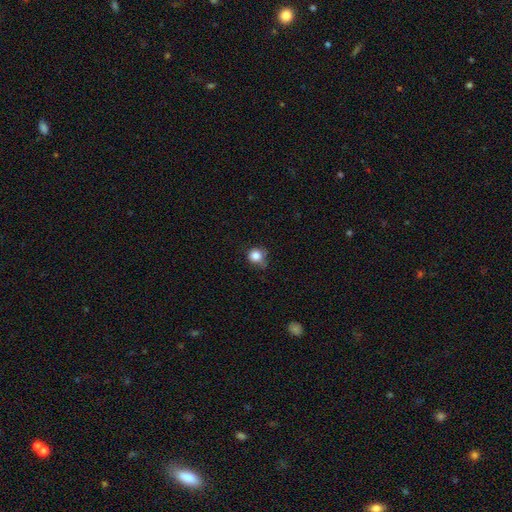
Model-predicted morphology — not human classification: smooth_or_featured: smooth (p=0.83) [alt: star or artifact p=0.11]
how_rounded: round (p=0.88) [alt: in between p=0.12]
merging: none (p=0.59) [alt: minor disturbance p=0.31]